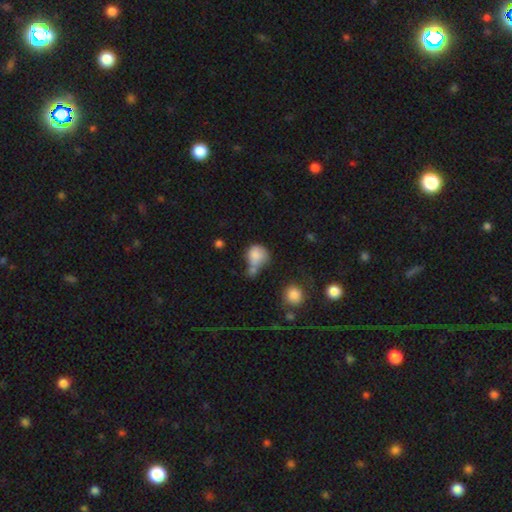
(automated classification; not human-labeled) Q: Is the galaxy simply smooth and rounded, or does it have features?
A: smooth — 80%.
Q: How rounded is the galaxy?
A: round — 73%.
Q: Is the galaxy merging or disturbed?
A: none — 34%.